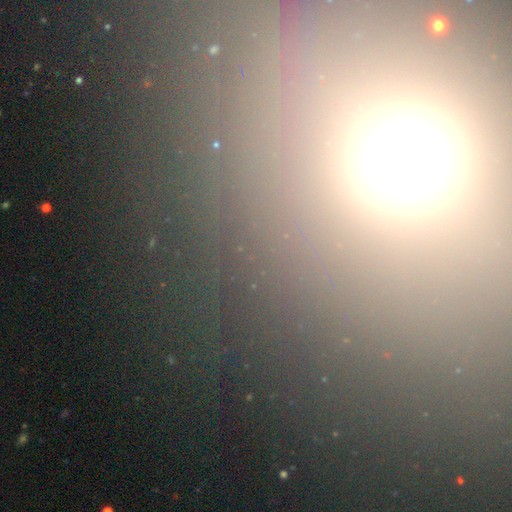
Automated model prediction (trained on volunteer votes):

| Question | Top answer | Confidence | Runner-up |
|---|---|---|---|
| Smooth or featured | star or artifact | 51% | smooth (36%) |